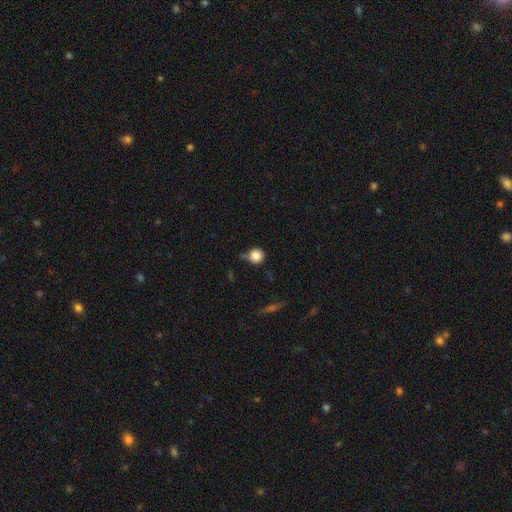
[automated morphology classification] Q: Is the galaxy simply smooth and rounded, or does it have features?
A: smooth — 84%.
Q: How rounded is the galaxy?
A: round — 91%.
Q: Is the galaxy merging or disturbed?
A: none — 58%.